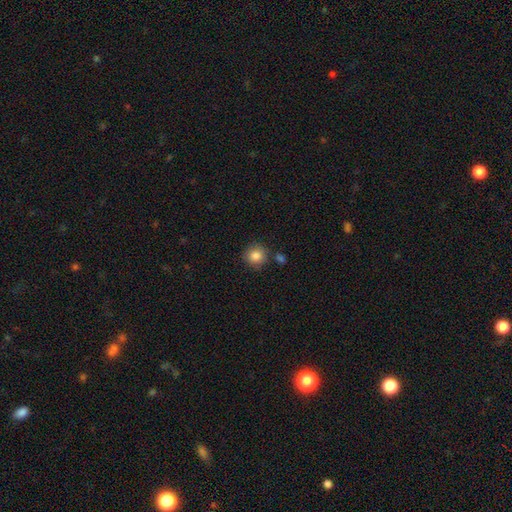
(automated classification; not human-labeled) smooth_or_featured: smooth (p=0.85) [alt: star or artifact p=0.09]
how_rounded: round (p=0.89) [alt: in between p=0.10]
merging: none (p=0.81) [alt: minor disturbance p=0.10]